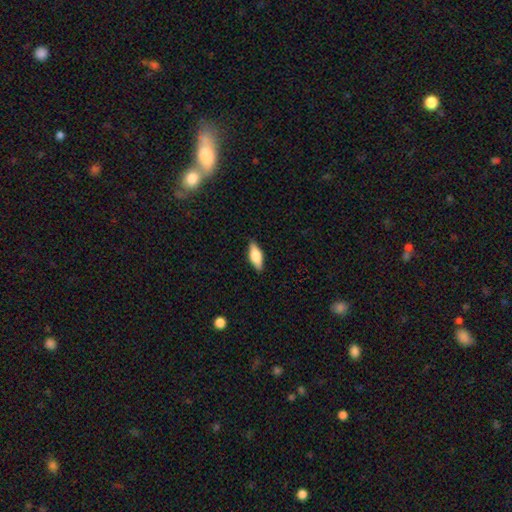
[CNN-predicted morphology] smooth 64%, featured or disk 30%, star or artifact 6%. Down the decision tree: how rounded — in between (70%); merging — none (88%).